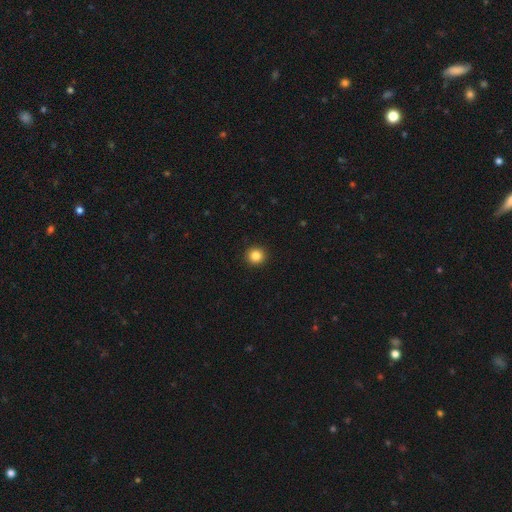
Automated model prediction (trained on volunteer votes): This is clearly a smooth galaxy (85%). How rounded: clearly round (94%). Merging: clearly none (93%).